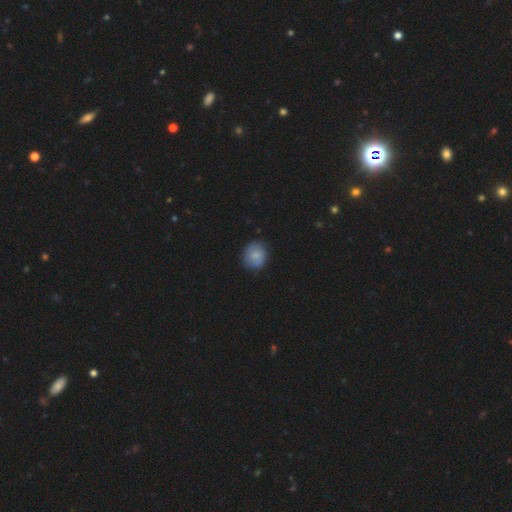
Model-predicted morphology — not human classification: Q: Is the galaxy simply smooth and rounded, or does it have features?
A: smooth — 74%.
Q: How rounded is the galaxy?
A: round — 78%.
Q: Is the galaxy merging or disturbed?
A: none — 80%.